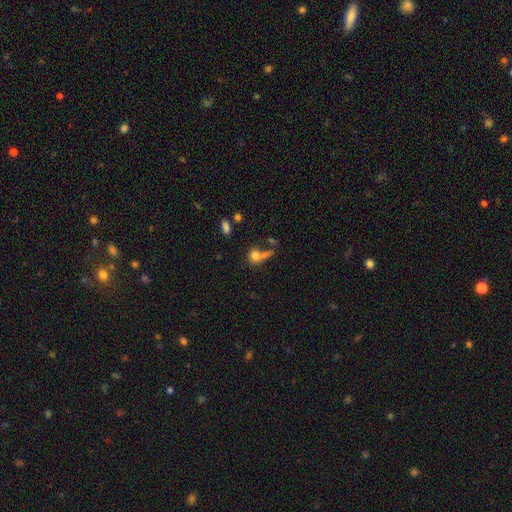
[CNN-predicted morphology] Q: Smooth or featured?
A: smooth (74%); runner-up: featured or disk (13%)
Q: How rounded?
A: round (68%); runner-up: in between (28%)
Q: Merging?
A: none (41%); runner-up: merger (32%)